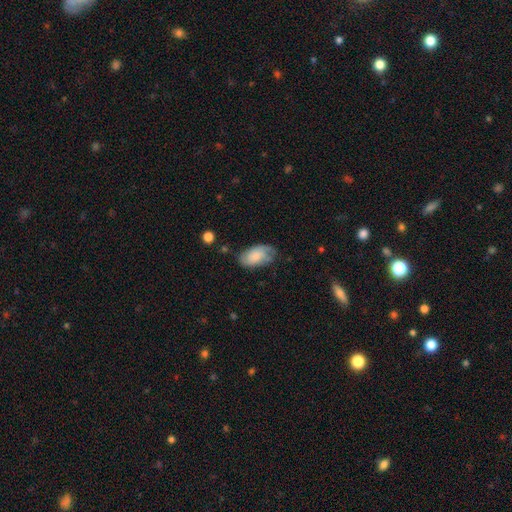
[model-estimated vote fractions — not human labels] A smooth galaxy with no disk features (60%) that is in between round and cigar-shaped (94%). Merging: none (57%).